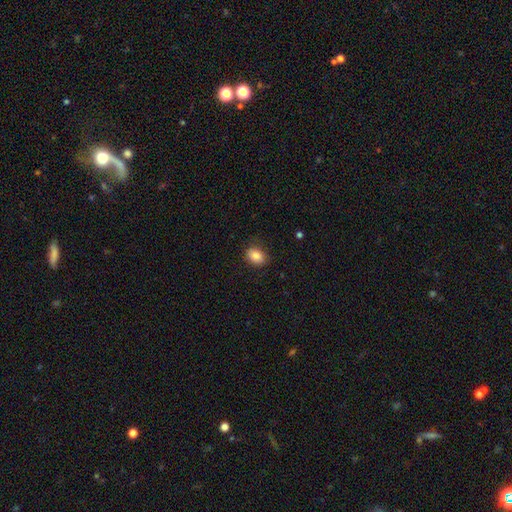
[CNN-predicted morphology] This appears to be a smooth galaxy with no disk features (85%) that is in between round and cigar-shaped (73%). Merging: none (82%).